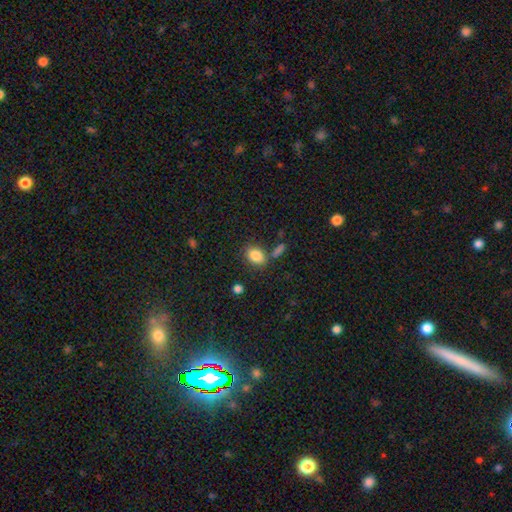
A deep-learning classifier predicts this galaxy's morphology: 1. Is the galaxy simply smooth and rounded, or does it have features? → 85% smooth, 9% star or artifact, 6% featured or disk.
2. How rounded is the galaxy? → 81% in between, 18% round, 2% cigar-shaped.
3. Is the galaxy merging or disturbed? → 70% none, 13% minor disturbance, 11% merger, 5% major disturbance.